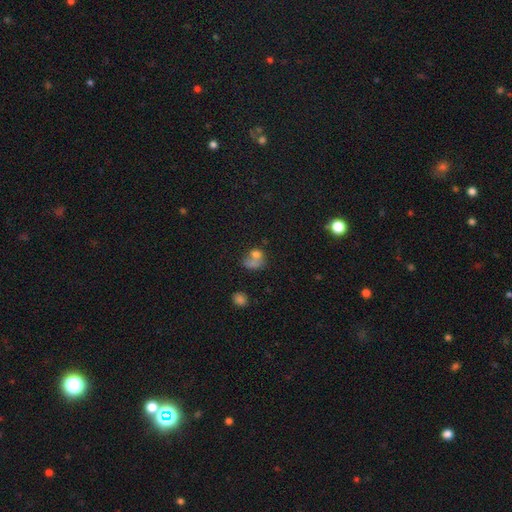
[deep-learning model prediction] Smooth or featured? smooth (64%)
How rounded? round (56%)
Merging? merger (43%)